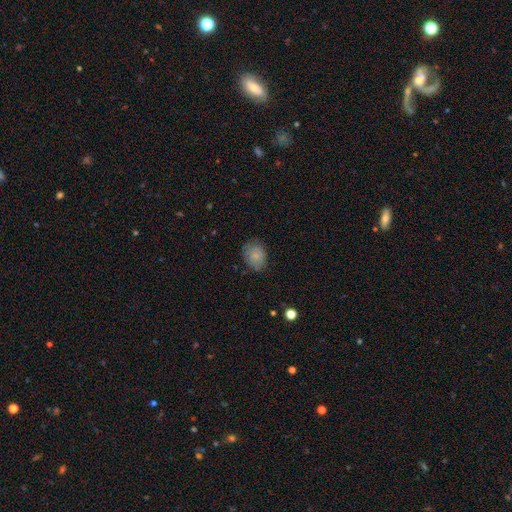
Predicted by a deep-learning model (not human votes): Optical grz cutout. It shows a smooth galaxy with no disk features (81%) that is in between round and cigar-shaped (57%). Merging: none (75%).